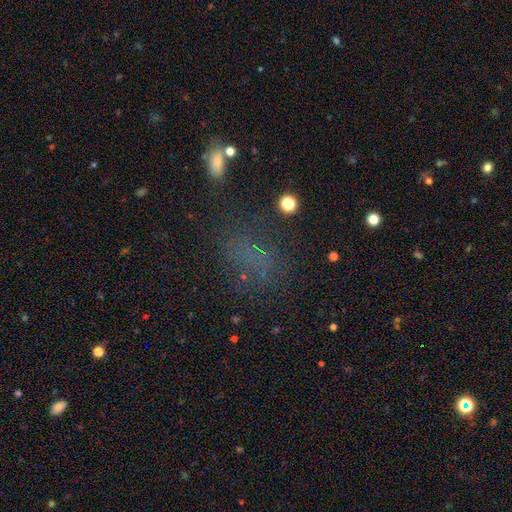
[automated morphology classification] The model was most divided on "smooth or featured": smooth: 50%, star or artifact: 34%, featured or disk: 15%. More confident: how rounded — in between (70%); merging — none (60%).